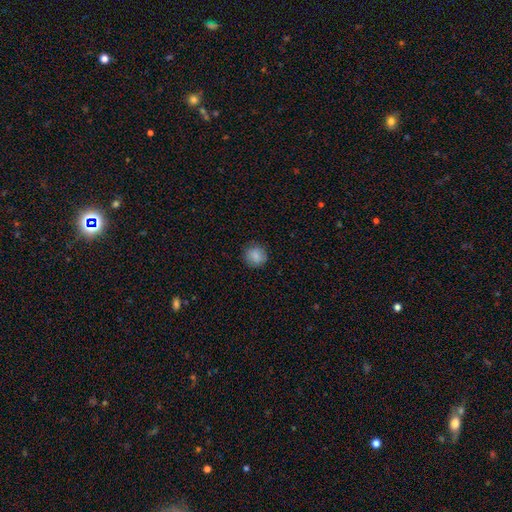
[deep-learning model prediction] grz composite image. It shows a smooth galaxy with no disk features (87%) that is round (89%). Merging: none (88%).